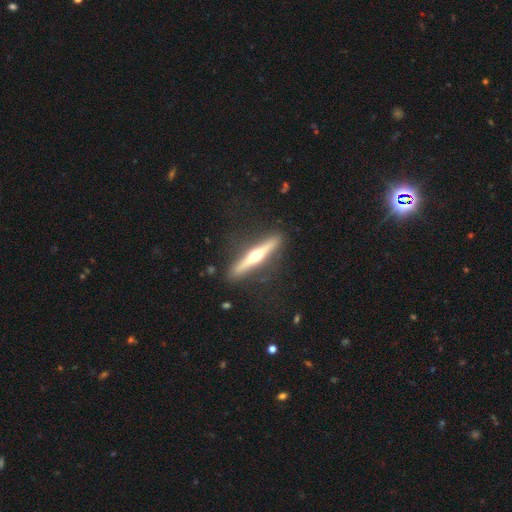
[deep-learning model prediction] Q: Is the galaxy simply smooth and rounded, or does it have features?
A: featured or disk — 73%.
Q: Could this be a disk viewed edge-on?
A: yes — 97%.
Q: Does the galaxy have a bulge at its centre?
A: rounded — 95%.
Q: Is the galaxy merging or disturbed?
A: none — 90%.